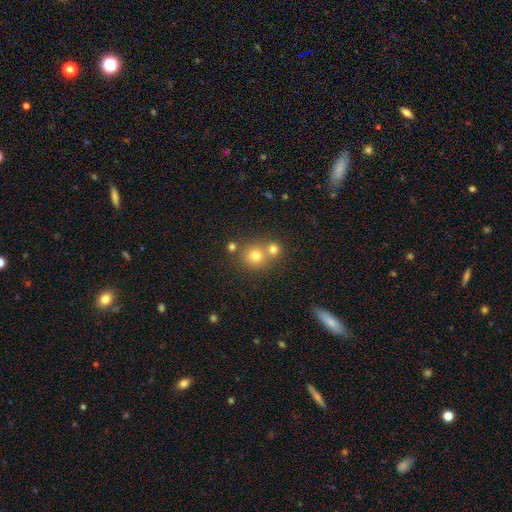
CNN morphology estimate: Smooth or featured? Predicted: smooth (p=0.74). How rounded? Predicted: round (p=0.88). Merging? Predicted: none (p=0.56).